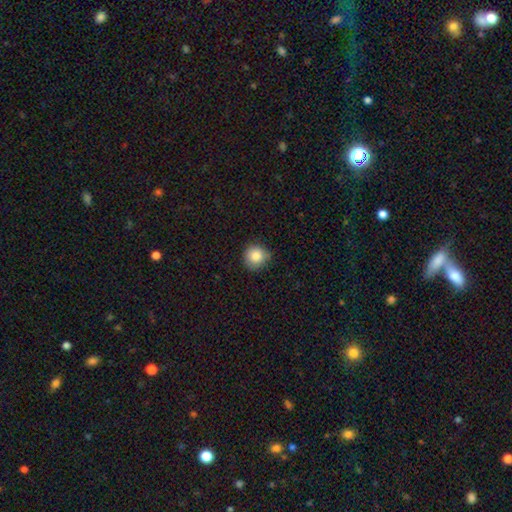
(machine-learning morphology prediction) A smooth galaxy with no disk features (86%) that is round (92%). Merging: none (80%).